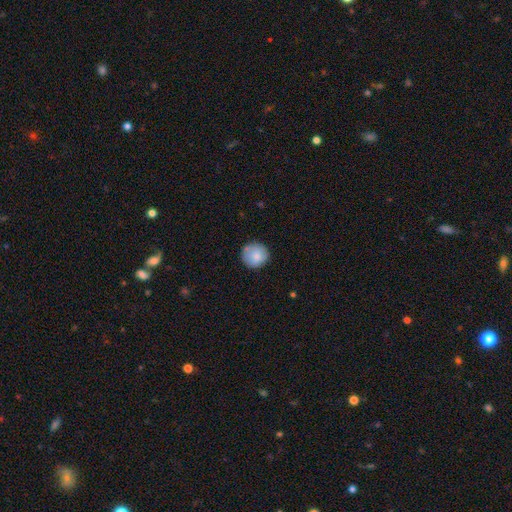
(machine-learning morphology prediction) smooth 83%, featured or disk 9%, star or artifact 7%. Down the decision tree: how rounded — round (93%); merging — none (83%).